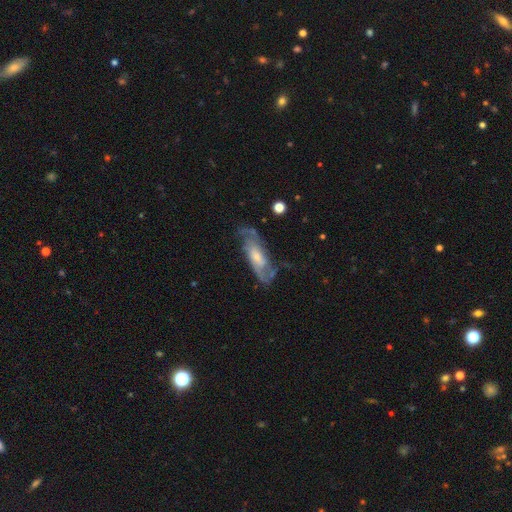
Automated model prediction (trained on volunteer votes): smooth-or-featured: featured or disk: 83% | smooth: 11% | star or artifact: 6%
  disk-edge-on: no: 88% | yes: 12%
    bar: no: 53% | weak: 36% | strong: 11%
    has-spiral-arms: yes: 95% | no: 5%
      spiral-winding: medium: 49% | tight: 29% | loose: 22%
      spiral-arm-count: 2: 76% | can't tell: 12% | 3: 5% | 1: 2% | 4: 2% | more than 4: 2%
    bulge-size: moderate: 44% | small: 36% | large: 11% | none: 7% | dominant: 2%
  merging: none: 70% | minor disturbance: 18% | major disturbance: 10% | merger: 2%